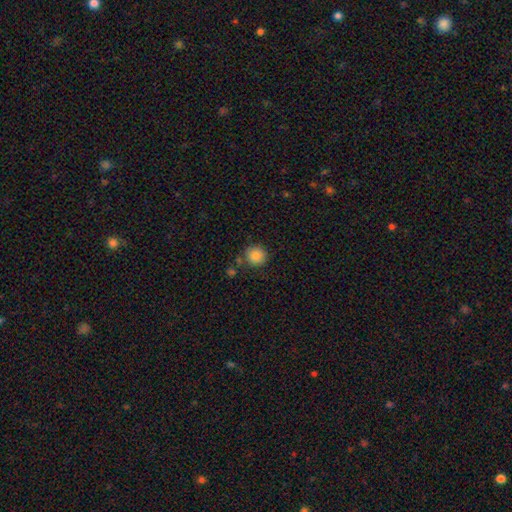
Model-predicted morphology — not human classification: smooth 86%, star or artifact 9%, featured or disk 5%. Down the decision tree: how rounded — round (93%); merging — none (80%).